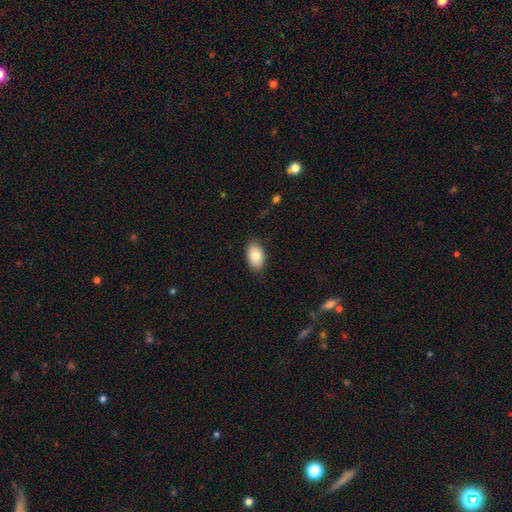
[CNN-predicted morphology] type=smooth (83%); roundness=in between (91%); merging=none (86%).